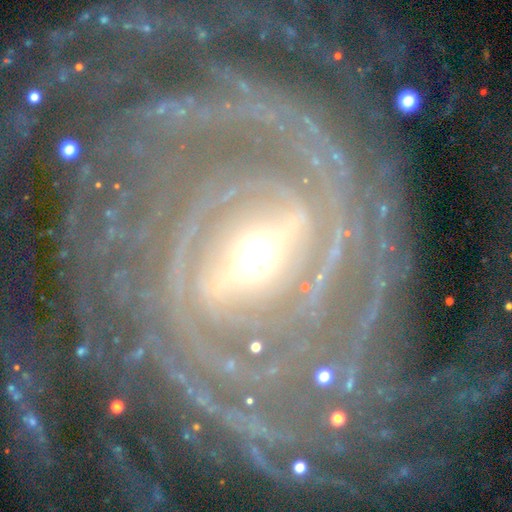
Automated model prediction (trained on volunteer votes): A featured or disk galaxy (91%) with a strong bar (71%), 2 (26%) tight (75%) spiral arms (96%) and a moderate central bulge (54%). Merging: none (76%).